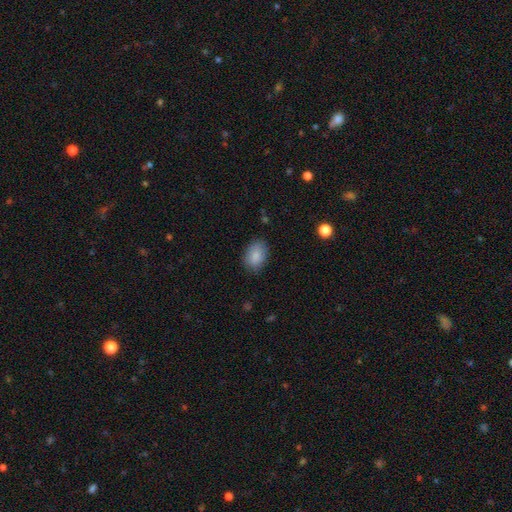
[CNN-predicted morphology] Smooth or featured? Predicted: smooth (p=0.87). How rounded? Predicted: in between (p=0.85). Merging? Predicted: none (p=0.82).